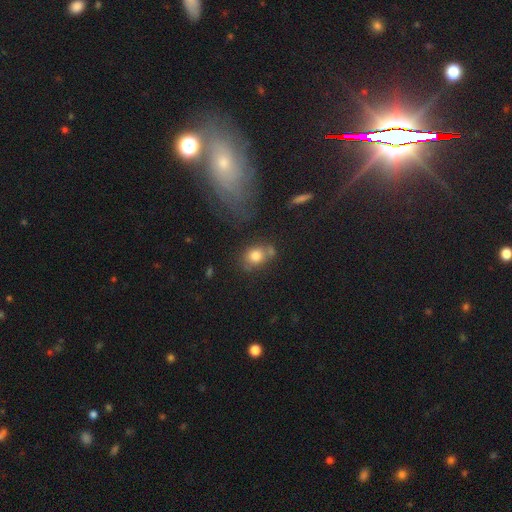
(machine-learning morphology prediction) Overall: smooth (77%). How rounded: in between (51%; round 47%). Merging: none (58%; minor disturbance 19%).